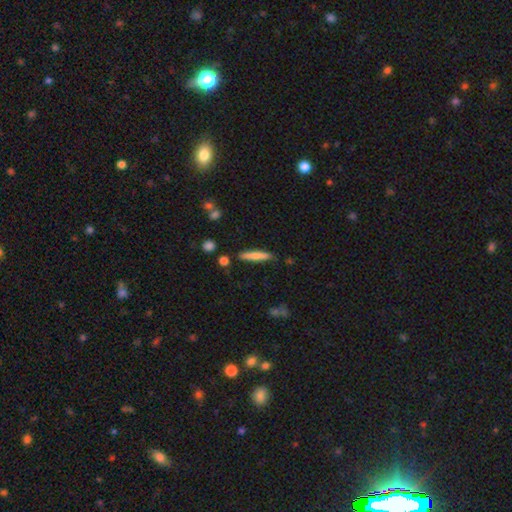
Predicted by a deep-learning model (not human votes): This is likely a smooth galaxy (71%). How rounded: clearly cigar-shaped (90%). Merging: clearly none (86%).